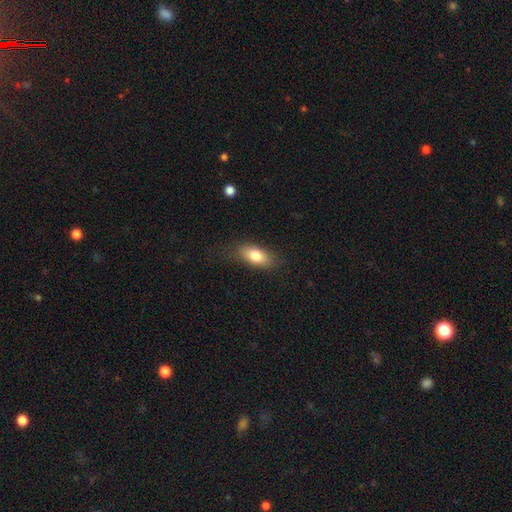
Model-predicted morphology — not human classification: Q: Smooth or featured?
A: smooth (79%); runner-up: featured or disk (14%)
Q: How rounded?
A: in between (84%); runner-up: cigar-shaped (10%)
Q: Merging?
A: none (79%); runner-up: minor disturbance (15%)